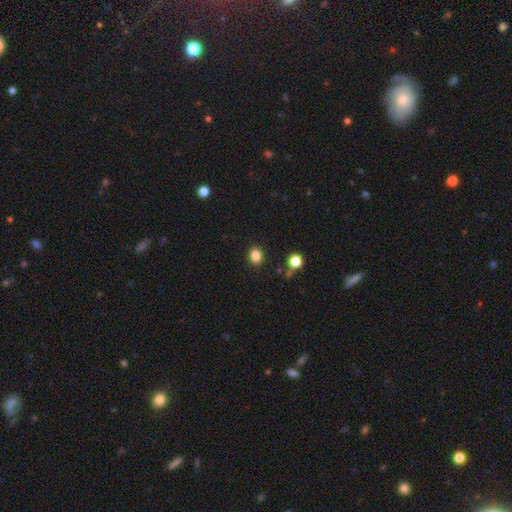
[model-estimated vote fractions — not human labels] Smooth or featured: smooth — 85% (star or artifact — 12%)
How rounded: round — 62% (in between — 38%)
Merging: none — 89% (minor disturbance — 7%)